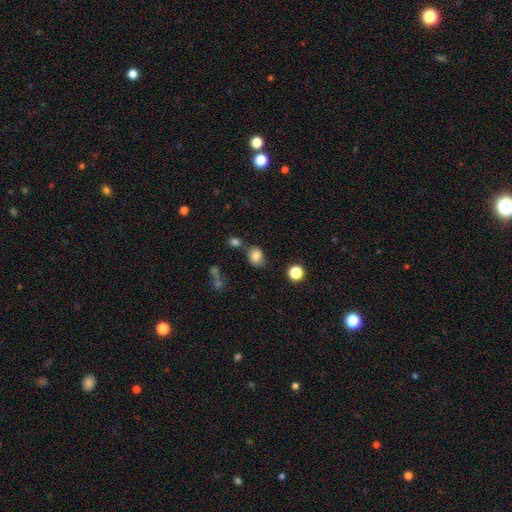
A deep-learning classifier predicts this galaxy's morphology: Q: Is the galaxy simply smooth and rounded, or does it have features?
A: smooth — 82%.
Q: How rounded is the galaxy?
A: in between — 62%.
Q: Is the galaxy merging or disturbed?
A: none — 65%.